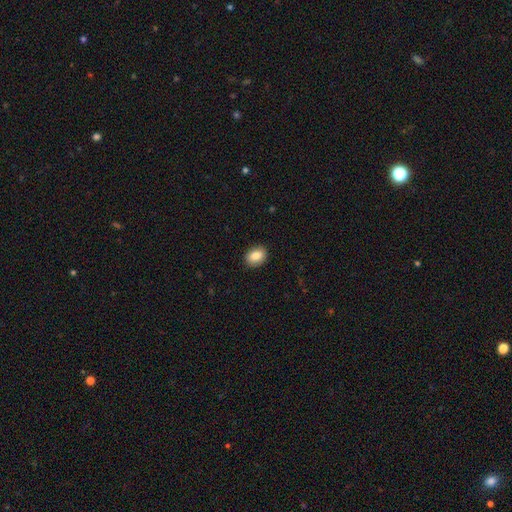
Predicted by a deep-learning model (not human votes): Overall: smooth (86%). How rounded: in between (72%). Merging: none (90%).